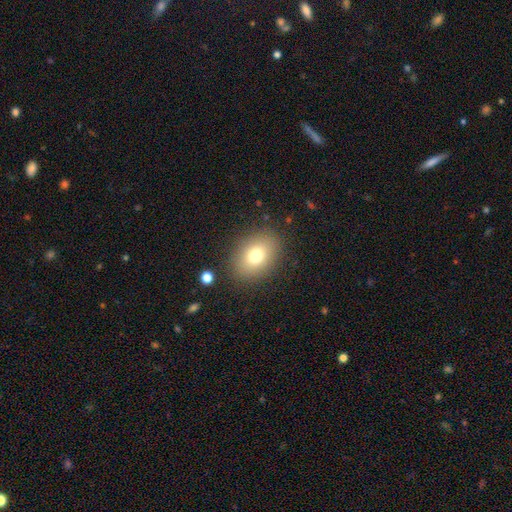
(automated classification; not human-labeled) A smooth galaxy with no disk features (76%) that is in between round and cigar-shaped (70%).

Vote fractions:
- Smooth or featured? smooth: 76% / featured or disk: 13% / star or artifact: 11%
- How rounded? in between: 70% / round: 29% / cigar-shaped: 1%
- Merging? none: 85% / minor disturbance: 9% / major disturbance: 4% / merger: 2%